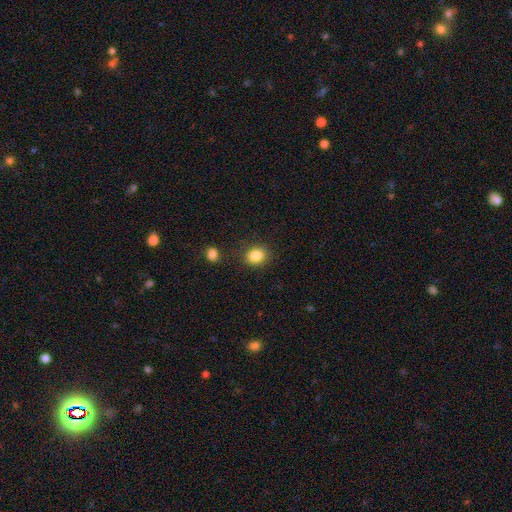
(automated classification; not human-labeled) Smooth or featured?
  - smooth: 85% *
  - star or artifact: 10%
  - featured or disk: 5%
How rounded?
  - round: 67% *
  - in between: 32%
  - cigar-shaped: 1%
Merging?
  - none: 84% *
  - minor disturbance: 9%
  - merger: 3%
  - major disturbance: 3%